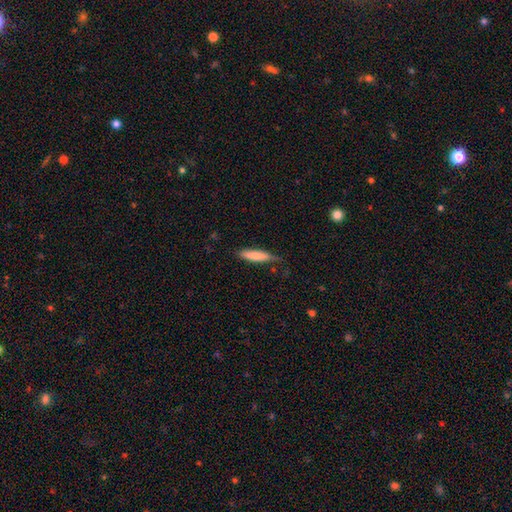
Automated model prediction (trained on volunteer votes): Smooth or featured?
  - smooth: 79% *
  - featured or disk: 15%
  - star or artifact: 6%
How rounded?
  - cigar-shaped: 79% *
  - in between: 20%
  - round: 1%
Merging?
  - none: 65% *
  - minor disturbance: 27%
  - major disturbance: 6%
  - merger: 2%